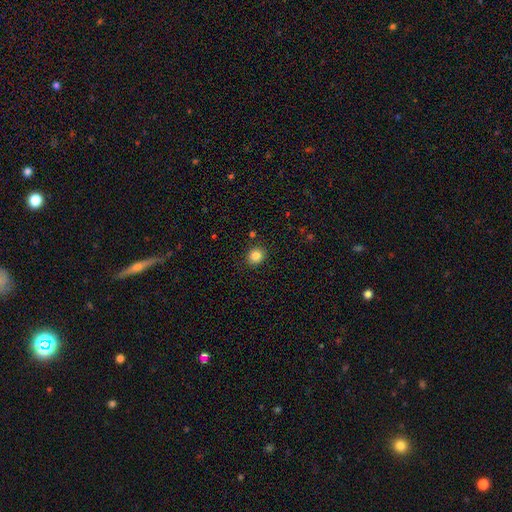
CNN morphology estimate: A smooth galaxy with no disk features (84%) that is round (79%).

Vote fractions:
- Smooth or featured? smooth: 84% / star or artifact: 11% / featured or disk: 5%
- How rounded? round: 79% / in between: 20% / cigar-shaped: 1%
- Merging? none: 90% / minor disturbance: 6% / major disturbance: 2% / merger: 2%